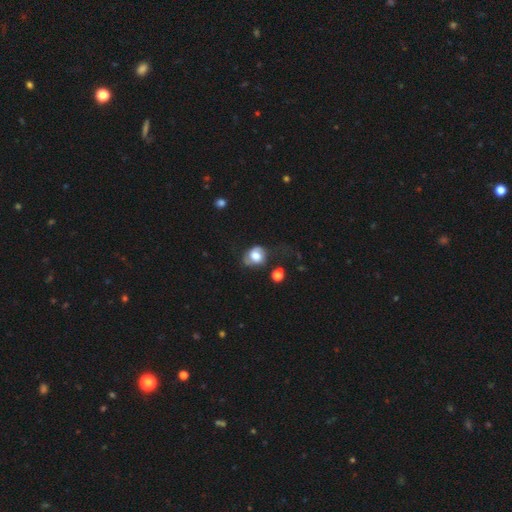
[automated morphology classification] type=smooth (62%); roundness=round (57%); merging=none (42%).